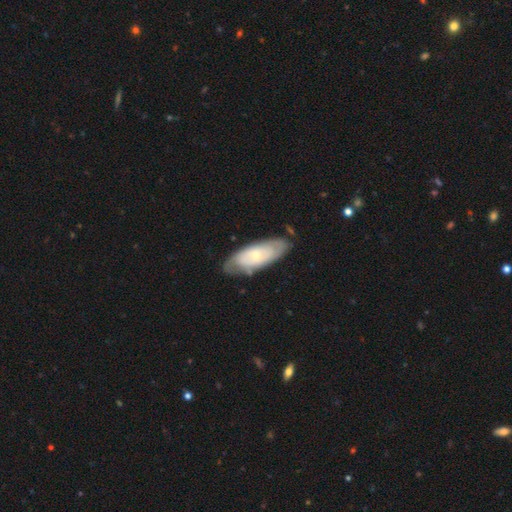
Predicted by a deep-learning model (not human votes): Overall: featured or disk (53%; smooth 42%). Edge-on disk: no (84%). Merging: none (71%).